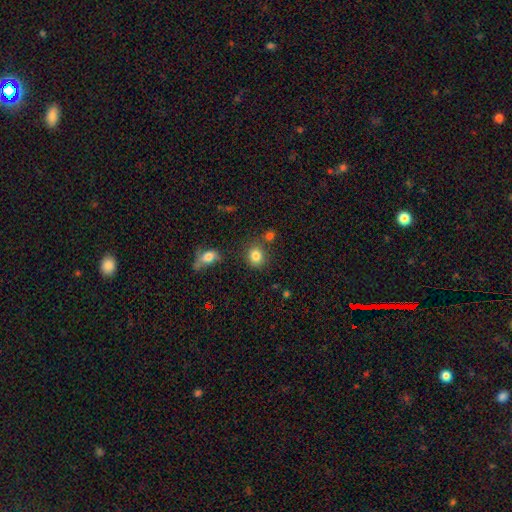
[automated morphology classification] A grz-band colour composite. It shows a smooth galaxy with no disk features (83%) that is round (74%). Merging: none (73%).